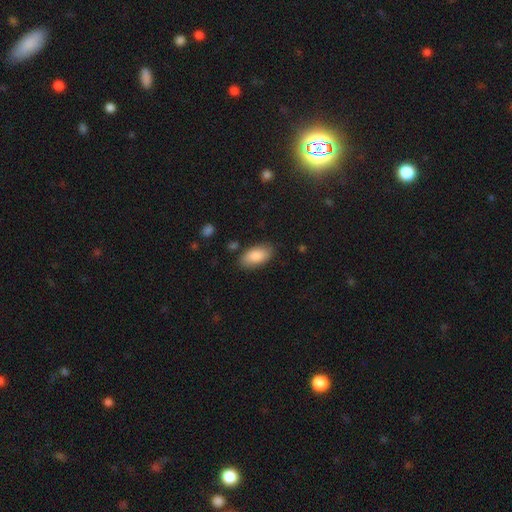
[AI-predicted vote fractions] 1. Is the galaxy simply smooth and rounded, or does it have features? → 85% smooth, 8% featured or disk, 6% star or artifact.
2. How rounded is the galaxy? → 93% in between, 4% cigar-shaped, 3% round.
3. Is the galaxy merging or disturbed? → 83% none, 12% minor disturbance, 3% major disturbance, 2% merger.